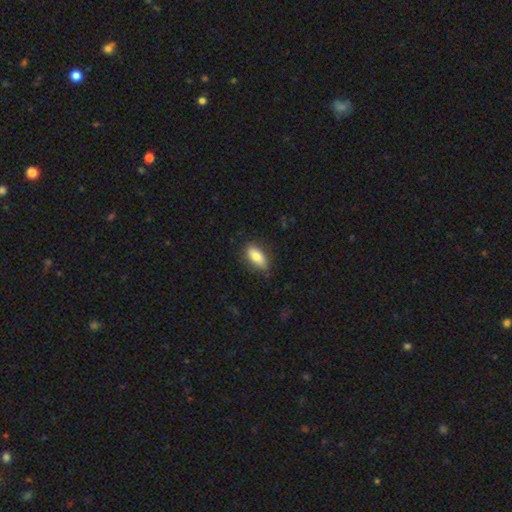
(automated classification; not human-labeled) smooth 80%, featured or disk 13%, star or artifact 6%. Down the decision tree: how rounded — in between (81%); merging — none (82%).